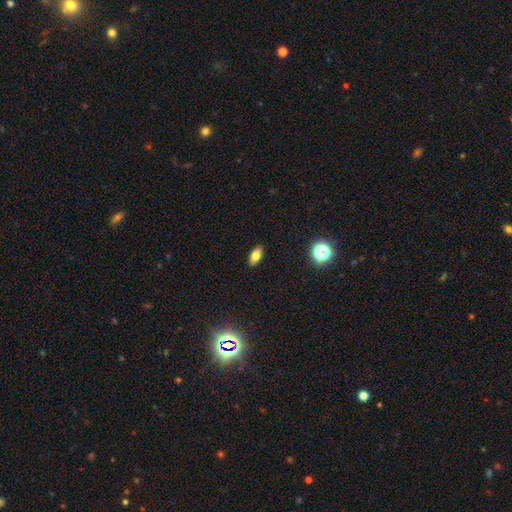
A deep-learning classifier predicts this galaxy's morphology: smooth_or_featured: smooth (p=0.72) [alt: featured or disk p=0.18]
how_rounded: in between (p=0.84) [alt: cigar-shaped p=0.12]
merging: none (p=0.89) [alt: minor disturbance p=0.08]